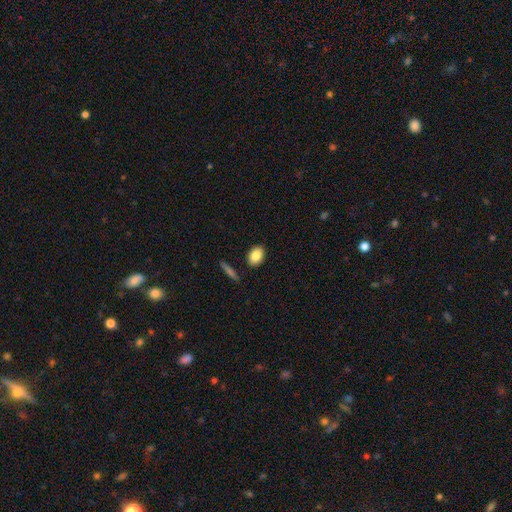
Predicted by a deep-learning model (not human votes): Smooth or featured? Predicted: smooth (p=0.85). How rounded? Predicted: in between (p=0.78). Merging? Predicted: none (p=0.88).